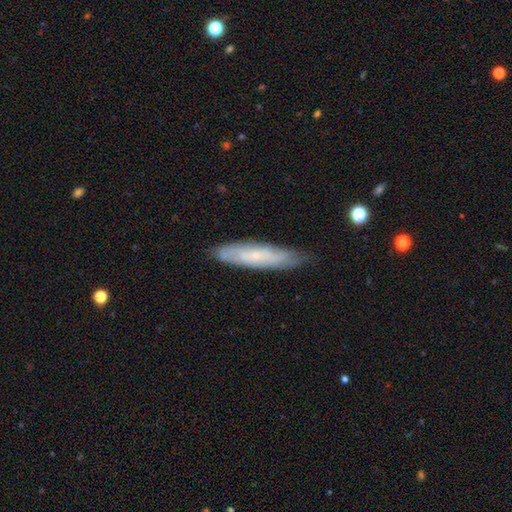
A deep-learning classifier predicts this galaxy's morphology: Overall: featured or disk (50%; smooth 43%). Edge-on disk: no (54%; yes 46%). Merging: none (78%).